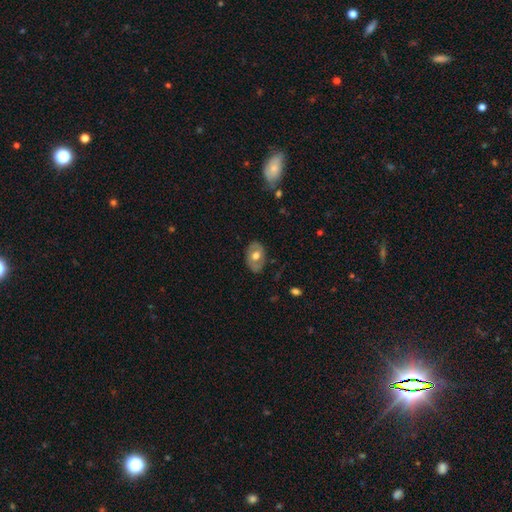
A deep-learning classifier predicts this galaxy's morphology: This is possibly a smooth galaxy (48%). Merging: likely none (79%).